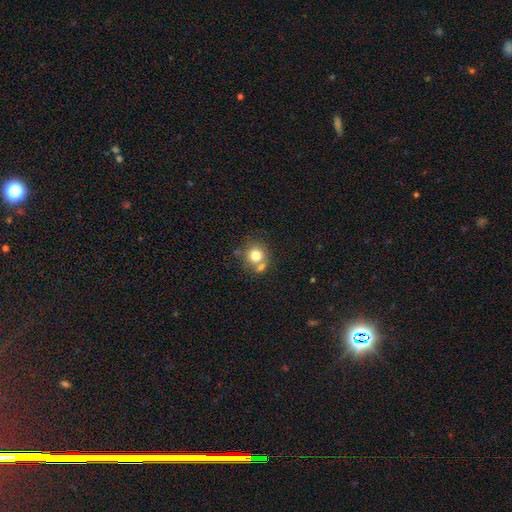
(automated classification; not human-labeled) This appears to be a smooth galaxy with no disk features (76%) that is round (86%). Merging: none (57%).